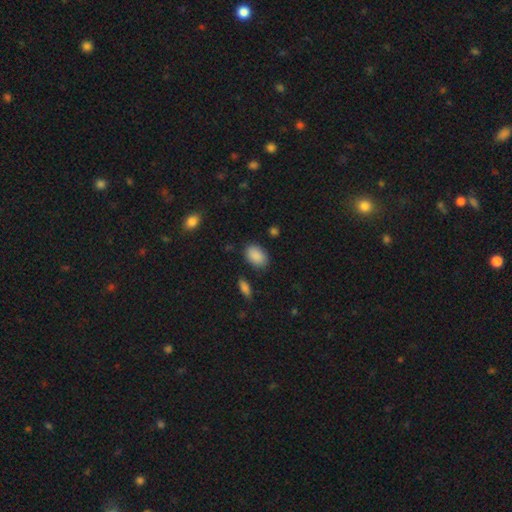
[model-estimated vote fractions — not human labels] The model was most divided on "merging": none: 83%, minor disturbance: 11%, major disturbance: 3%, merger: 2%. More confident: smooth or featured — smooth (89%); how rounded — in between (87%).